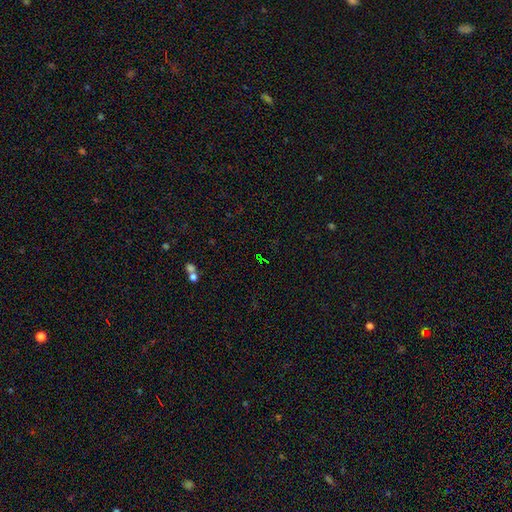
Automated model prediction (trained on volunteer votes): Q: Smooth or featured?
A: star or artifact (67%); runner-up: smooth (23%)